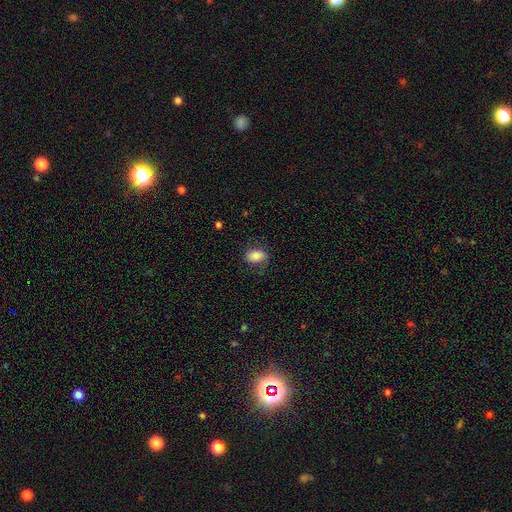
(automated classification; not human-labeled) Smooth or featured: smooth — 77% (featured or disk — 15%)
How rounded: in between — 82% (round — 16%)
Merging: none — 70% (minor disturbance — 20%)